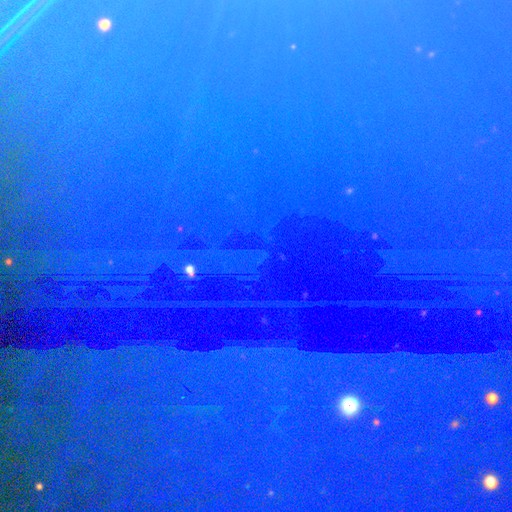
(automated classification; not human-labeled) Morphology: type=star or artifact (85%).